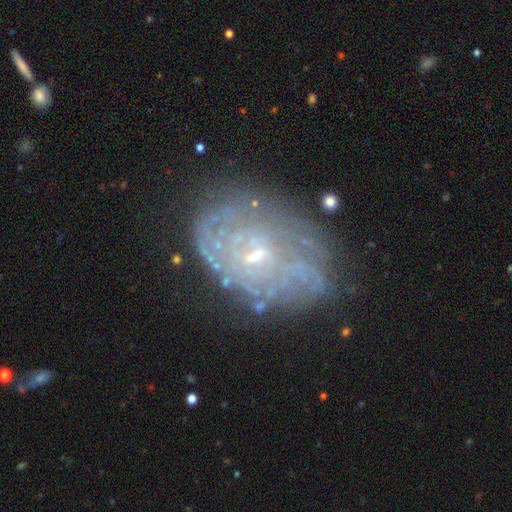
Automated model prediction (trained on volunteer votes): This is likely a featured or disk galaxy (75%). It is clearly not viewed edge-on (96%). Bar: likely no (67%). Spiral arm pattern: likely yes (73%). Spiral arm count: possibly can't tell (59%). Spiral winding: likely tight (67%). Central bulge: likely small (76%). Merging: likely none (67%).